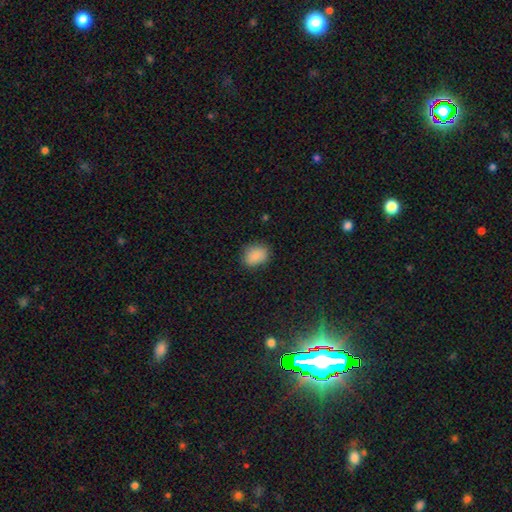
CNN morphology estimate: Smooth or featured?
  - smooth: 85% *
  - star or artifact: 9%
  - featured or disk: 6%
How rounded?
  - in between: 59% *
  - round: 40%
  - cigar-shaped: 1%
Merging?
  - none: 80% *
  - minor disturbance: 15%
  - major disturbance: 3%
  - merger: 1%